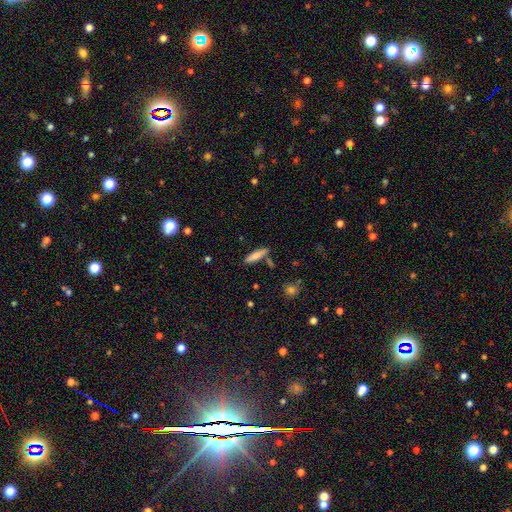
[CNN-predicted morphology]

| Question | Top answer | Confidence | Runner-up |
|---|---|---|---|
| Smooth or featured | smooth | 76% | featured or disk (17%) |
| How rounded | cigar-shaped | 72% | in between (26%) |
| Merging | none | 77% | minor disturbance (13%) |